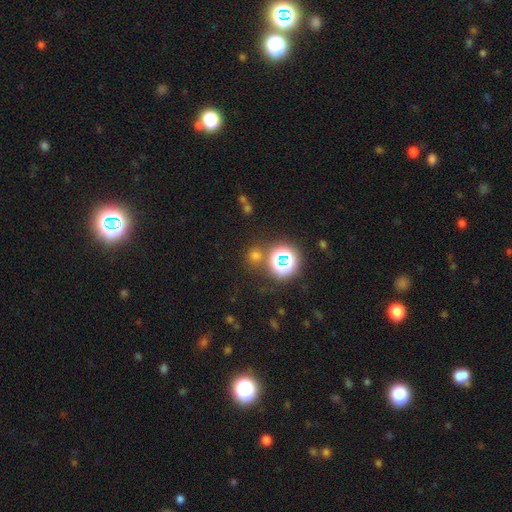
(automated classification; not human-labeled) smooth-or-featured: smooth: 56% | star or artifact: 38% | featured or disk: 6%
  how-rounded: round: 88% | in between: 11% | cigar-shaped: 1%
  merging: none: 77% | merger: 10% | minor disturbance: 8% | major disturbance: 4%